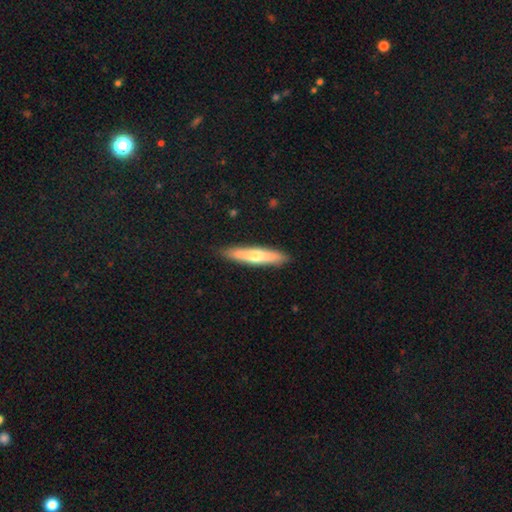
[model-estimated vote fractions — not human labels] Smooth or featured? smooth (54%)
How rounded? cigar-shaped (86%)
Merging? none (88%)